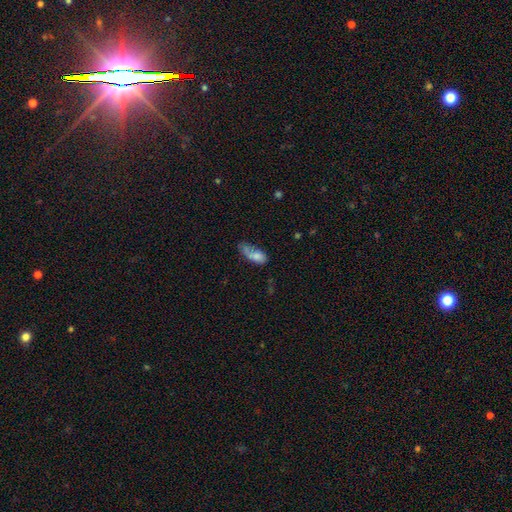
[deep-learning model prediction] This appears to be a smooth galaxy with no disk features (65%) that is in between round and cigar-shaped (83%). Merging: major disturbance (32%).